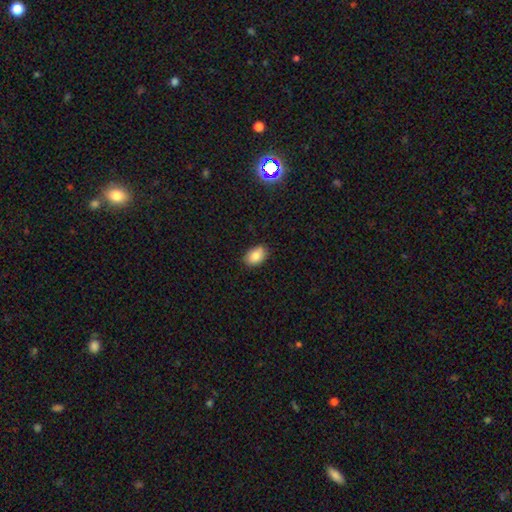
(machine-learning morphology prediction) The model was most divided on "merging": none: 85%, minor disturbance: 12%, major disturbance: 2%, merger: 1%. More confident: how rounded — in between (86%); smooth or featured — smooth (85%).